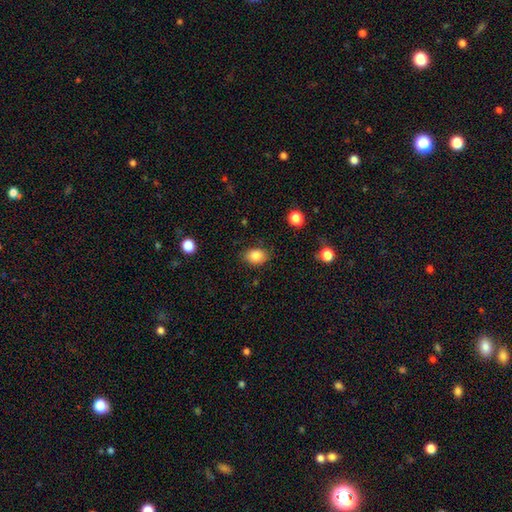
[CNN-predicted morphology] Smooth or featured? Predicted: smooth (p=0.85). How rounded? Predicted: in between (p=0.72). Merging? Predicted: none (p=0.81).